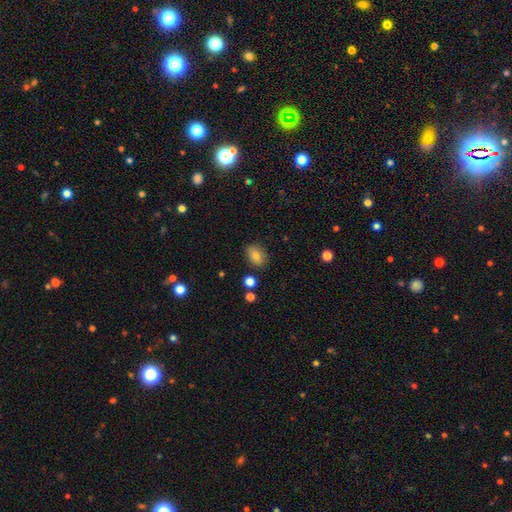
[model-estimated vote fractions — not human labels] A smooth galaxy with no disk features (80%) that is in between round and cigar-shaped (68%).

Vote fractions:
- Smooth or featured? smooth: 80% / star or artifact: 10% / featured or disk: 10%
- How rounded? in between: 68% / round: 30% / cigar-shaped: 1%
- Merging? none: 83% / minor disturbance: 11% / major disturbance: 3% / merger: 2%